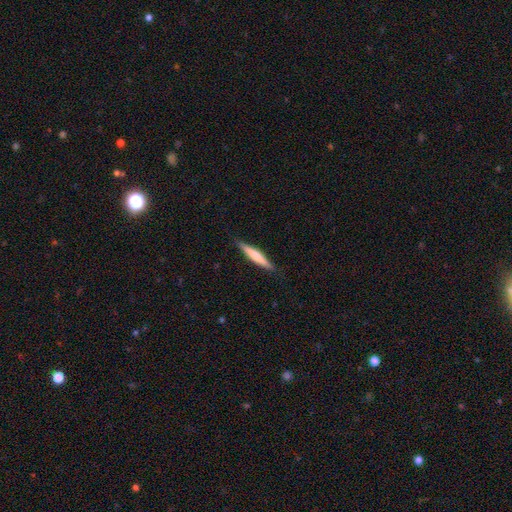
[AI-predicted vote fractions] A smooth galaxy with no disk features (59%) that is cigar-shaped (93%). Merging: none (89%).